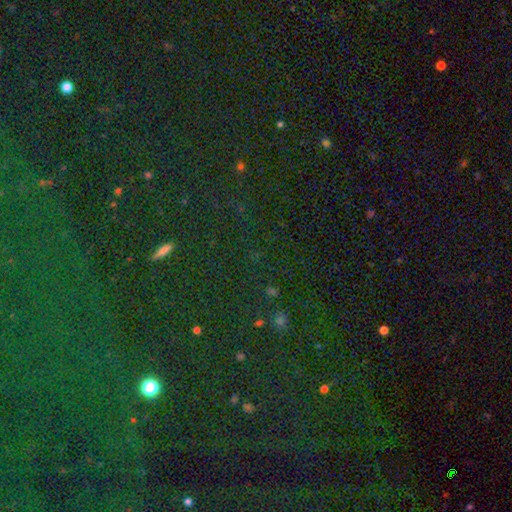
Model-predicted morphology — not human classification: Smooth or featured? star or artifact (76%)